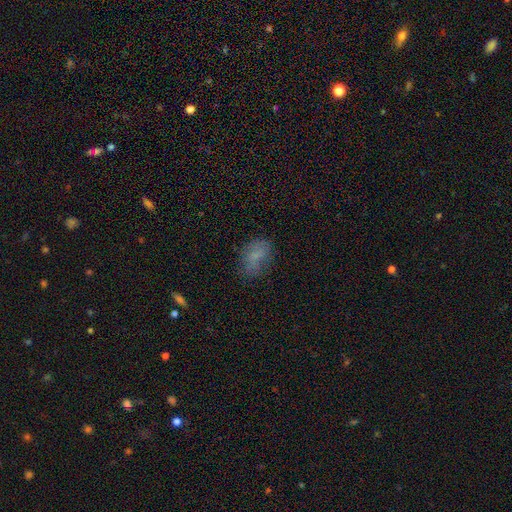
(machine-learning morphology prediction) Smooth or featured?
  - smooth: 68% *
  - featured or disk: 20%
  - star or artifact: 12%
How rounded?
  - in between: 83% *
  - round: 15%
  - cigar-shaped: 2%
Merging?
  - none: 61% *
  - minor disturbance: 25%
  - major disturbance: 12%
  - merger: 2%